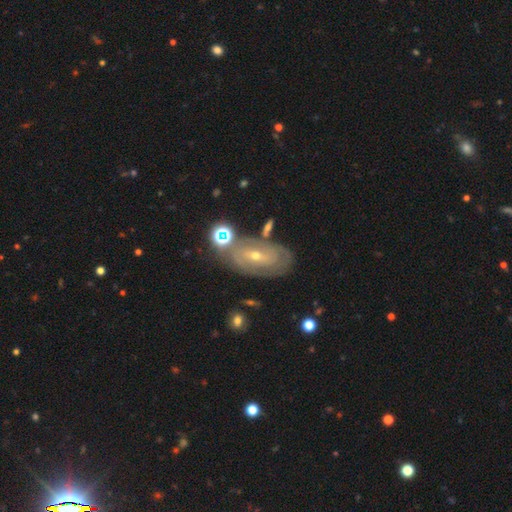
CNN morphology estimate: A featured or disk galaxy (73%) with no bar (49%), tight (66%) spiral arms (75%) and a small central bulge (65%). Merging: none (64%).